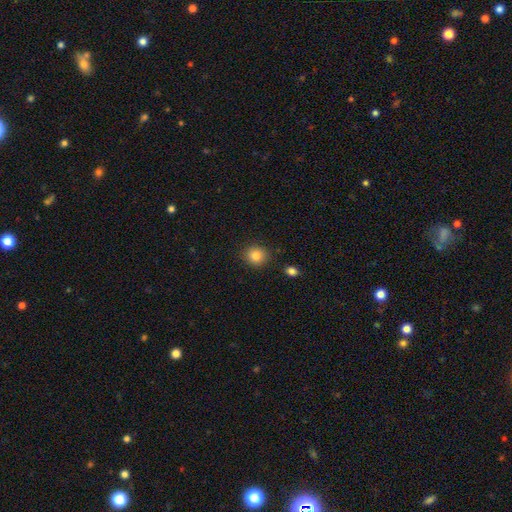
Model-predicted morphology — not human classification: A smooth galaxy with no disk features (84%) that is round (83%). Merging: none (88%).